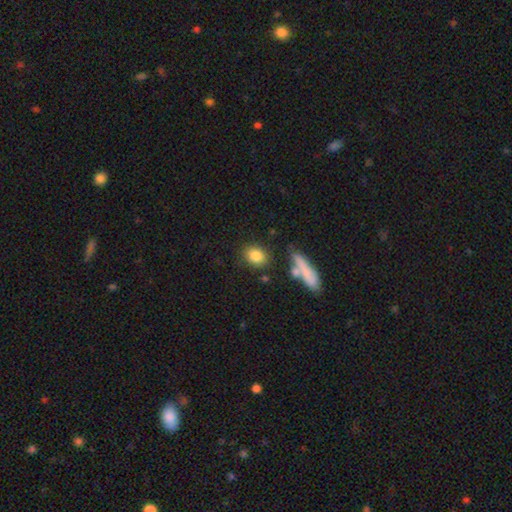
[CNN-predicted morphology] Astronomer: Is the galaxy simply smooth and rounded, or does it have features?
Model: smooth — 83%.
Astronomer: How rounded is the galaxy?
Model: round — 51% (runner-up: in between, 45%).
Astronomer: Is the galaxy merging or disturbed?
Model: none — 80%.